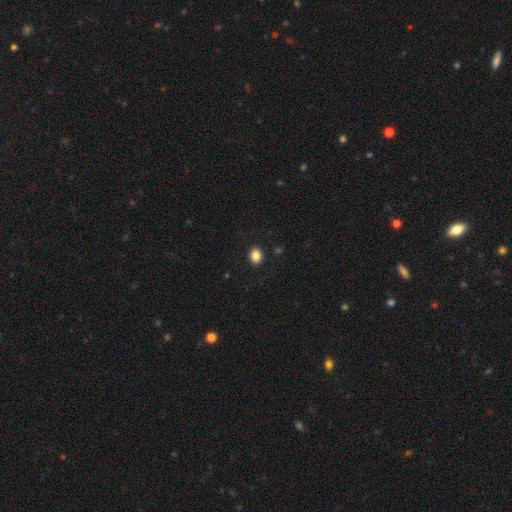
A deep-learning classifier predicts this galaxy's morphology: smooth 85%, star or artifact 10%, featured or disk 4%. Down the decision tree: how rounded — round (57%); merging — none (91%).